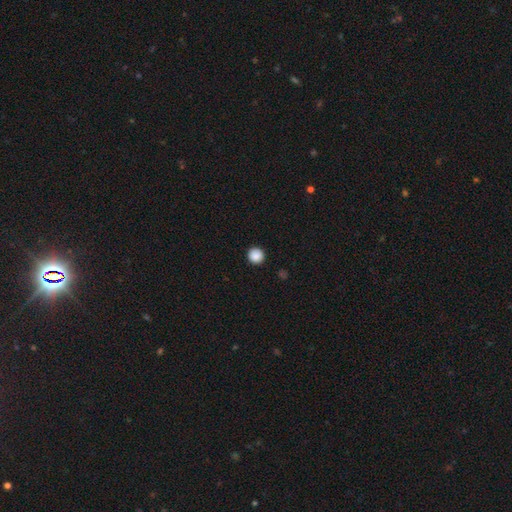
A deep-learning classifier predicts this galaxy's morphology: type=smooth (88%); roundness=round (95%); merging=none (93%).